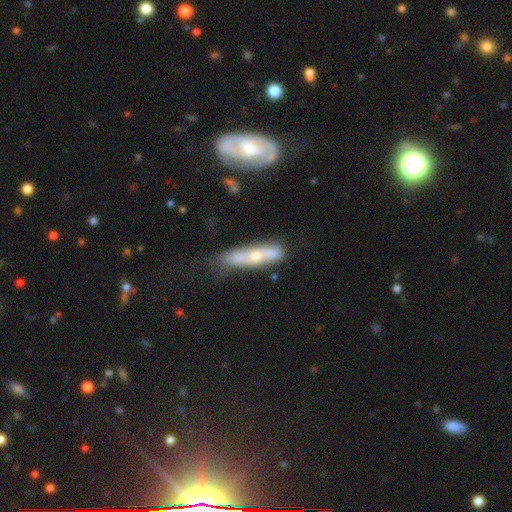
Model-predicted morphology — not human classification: Q: Smooth or featured?
A: featured or disk (55%); runner-up: smooth (37%)
Q: Edge-on disk?
A: no (53%); runner-up: yes (47%)
Q: Merging?
A: none (51%); runner-up: minor disturbance (26%)